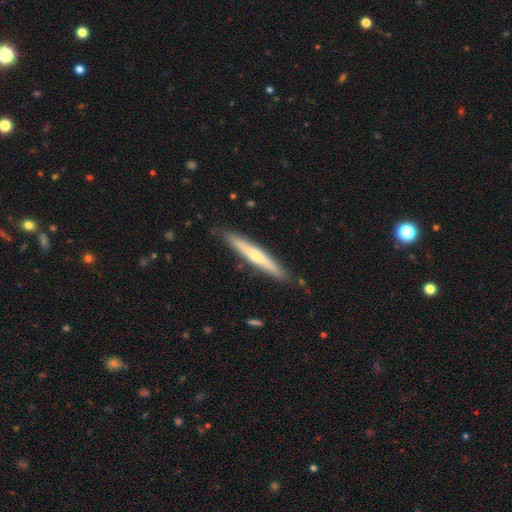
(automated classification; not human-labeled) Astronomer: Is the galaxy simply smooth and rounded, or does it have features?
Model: featured or disk — 52% (runner-up: smooth, 42%).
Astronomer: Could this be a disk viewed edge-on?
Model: yes — 95%.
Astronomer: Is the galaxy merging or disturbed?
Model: none — 87%.